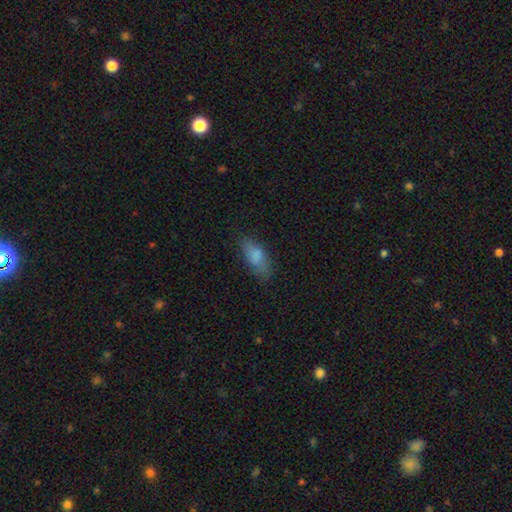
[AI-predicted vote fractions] Q: Smooth or featured?
A: smooth (78%); runner-up: featured or disk (13%)
Q: How rounded?
A: in between (83%); runner-up: cigar-shaped (14%)
Q: Merging?
A: none (68%); runner-up: minor disturbance (22%)